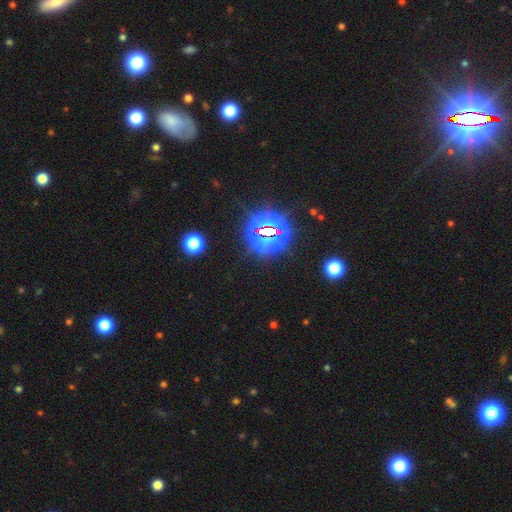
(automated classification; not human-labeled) star or artifact 79%, smooth 13%, featured or disk 7%.